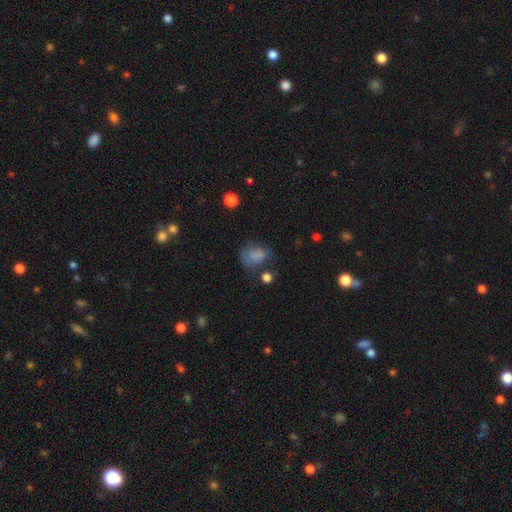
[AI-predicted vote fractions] Smooth or featured?
  - smooth: 71% *
  - featured or disk: 16%
  - star or artifact: 13%
How rounded?
  - in between: 52% *
  - round: 47%
  - cigar-shaped: 1%
Merging?
  - none: 41% *
  - minor disturbance: 28%
  - major disturbance: 24%
  - merger: 7%